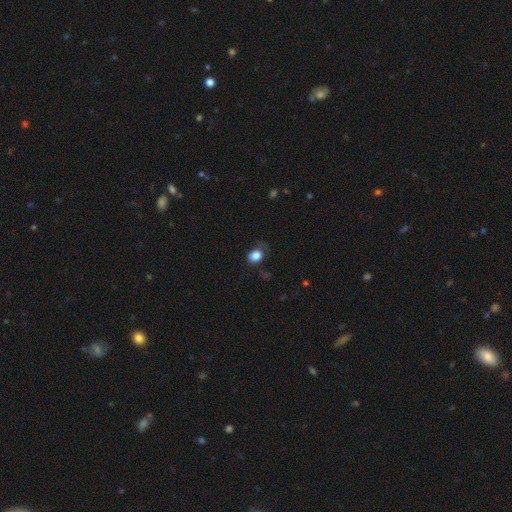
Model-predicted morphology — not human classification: The model was most divided on "how rounded": in between: 55%, round: 44%, cigar-shaped: 1%. More confident: smooth or featured — smooth (82%); merging — none (57%).